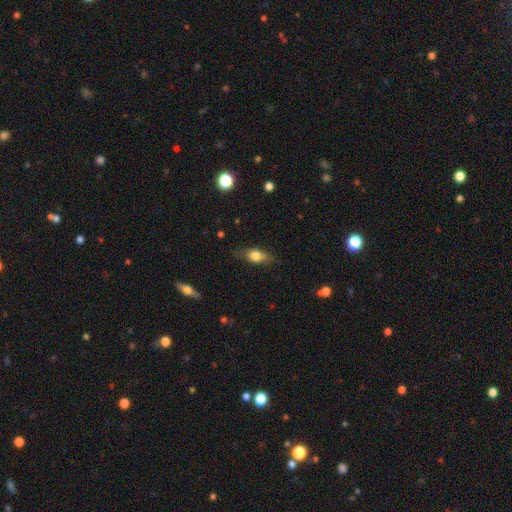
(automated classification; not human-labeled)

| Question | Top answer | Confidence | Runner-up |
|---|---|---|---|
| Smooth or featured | smooth | 68% | featured or disk (24%) |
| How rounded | in between | 72% | cigar-shaped (17%) |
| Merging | none | 74% | minor disturbance (20%) |